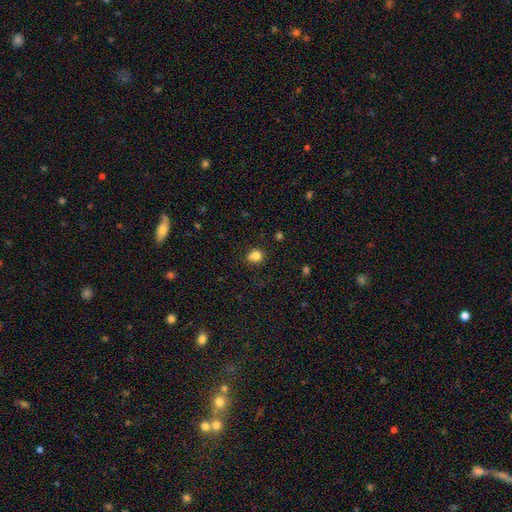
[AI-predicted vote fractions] smooth 81%, star or artifact 12%, featured or disk 6%. Down the decision tree: how rounded — round (72%); merging — none (66%).